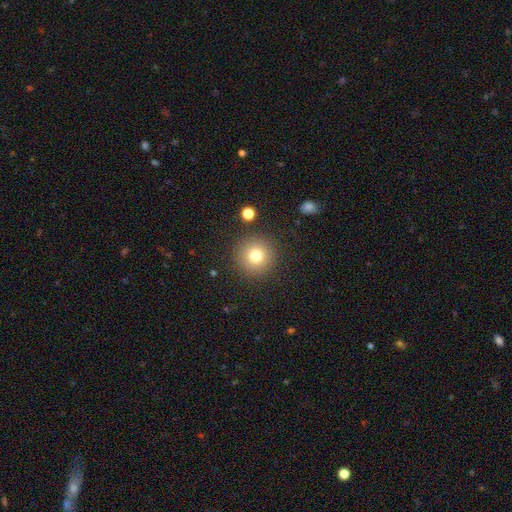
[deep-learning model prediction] Smooth or featured? smooth (77%)
How rounded? round (95%)
Merging? none (89%)